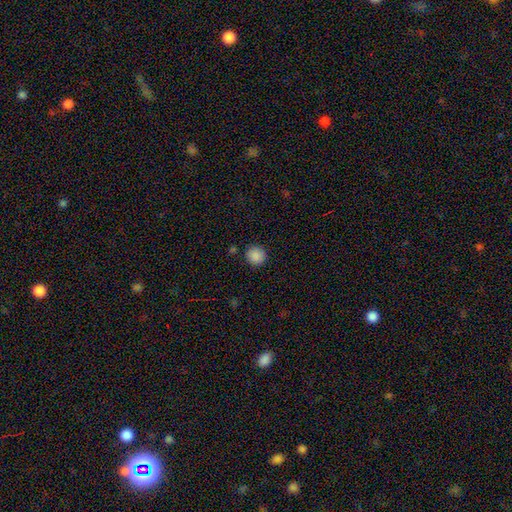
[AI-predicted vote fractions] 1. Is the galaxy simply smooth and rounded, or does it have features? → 88% smooth, 9% star or artifact, 3% featured or disk.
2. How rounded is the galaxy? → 92% round, 7% in between, 1% cigar-shaped.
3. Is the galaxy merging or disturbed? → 88% none, 8% minor disturbance, 2% merger, 2% major disturbance.